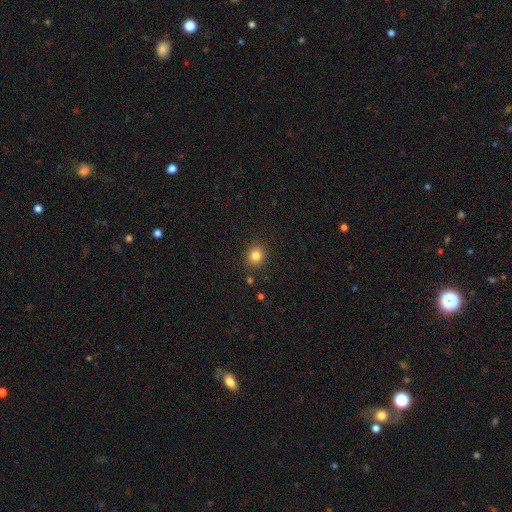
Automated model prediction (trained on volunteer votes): Morphology: type=smooth (83%); roundness=round (77%); merging=none (88%).